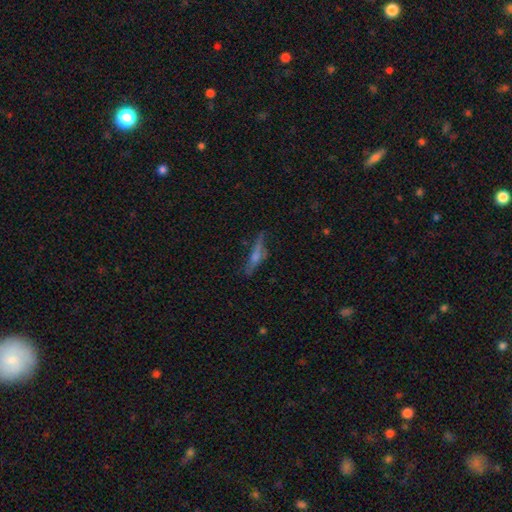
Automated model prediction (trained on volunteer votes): A featured or disk galaxy (52%) viewed edge-on (82%).

Vote fractions:
- Smooth or featured? featured or disk: 52% / smooth: 36% / star or artifact: 11%
- Edge-on disk? yes: 82% / no: 18%
- Merging? none: 59% / minor disturbance: 25% / major disturbance: 12% / merger: 3%